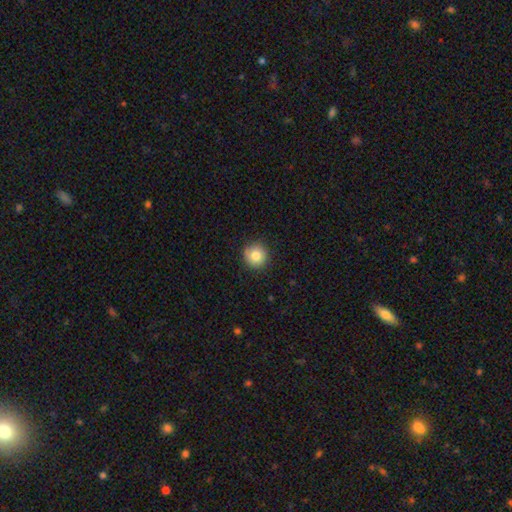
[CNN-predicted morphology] smooth-or-featured: smooth: 83% | star or artifact: 9% | featured or disk: 8%
  how-rounded: round: 95% | in between: 4% | cigar-shaped: 1%
  merging: none: 88% | minor disturbance: 9% | major disturbance: 2% | merger: 1%